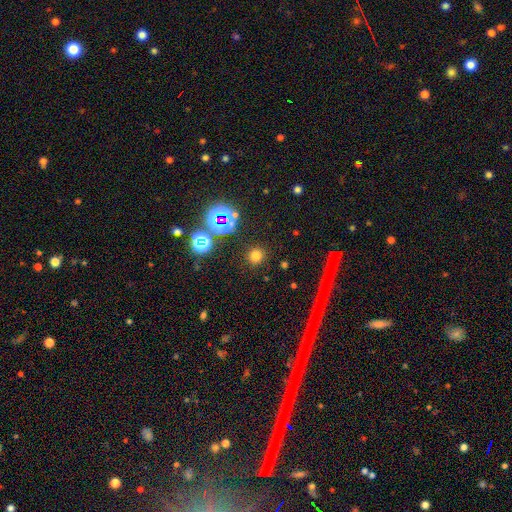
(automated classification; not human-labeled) This is likely a smooth galaxy (70%). How rounded: clearly round (92%). Merging: clearly none (90%).